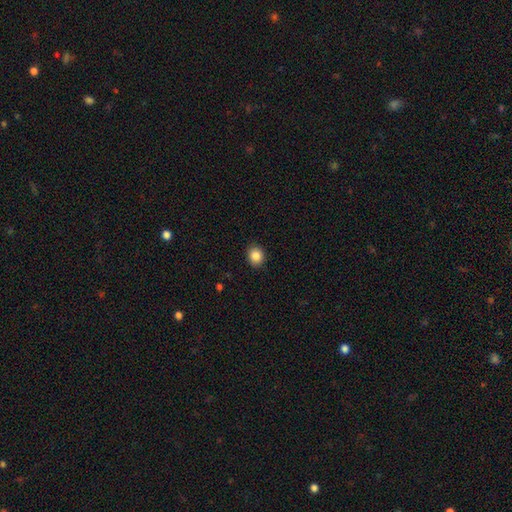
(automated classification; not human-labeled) Q: Smooth or featured?
A: smooth (86%); runner-up: star or artifact (9%)
Q: How rounded?
A: round (65%); runner-up: in between (34%)
Q: Merging?
A: none (90%); runner-up: minor disturbance (7%)